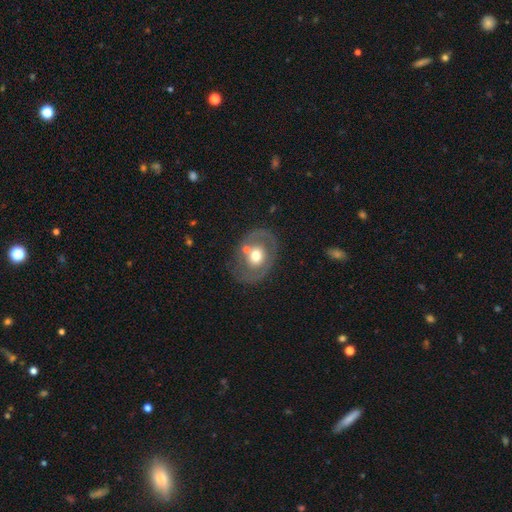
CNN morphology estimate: A featured or disk galaxy (54%) with no bar (83%), no spiral arms (70%) and a moderate central bulge (68%).

Vote fractions:
- Smooth or featured? featured or disk: 54% / smooth: 39% / star or artifact: 7%
- Edge-on disk? no: 94% / yes: 6%
- Bar? no: 83% / weak: 13% / strong: 4%
- Spiral arms? no: 70% / yes: 30%
- Bulge size? moderate: 68% / large: 21% / small: 8% / dominant: 2% / none: 1%
- Merging? none: 65% / minor disturbance: 16% / merger: 11% / major disturbance: 8%